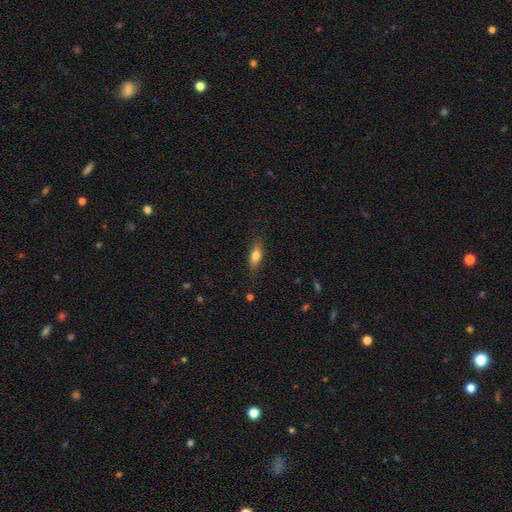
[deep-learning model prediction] A smooth galaxy with no disk features (74%) that is in between round and cigar-shaped (70%). Merging: none (81%).